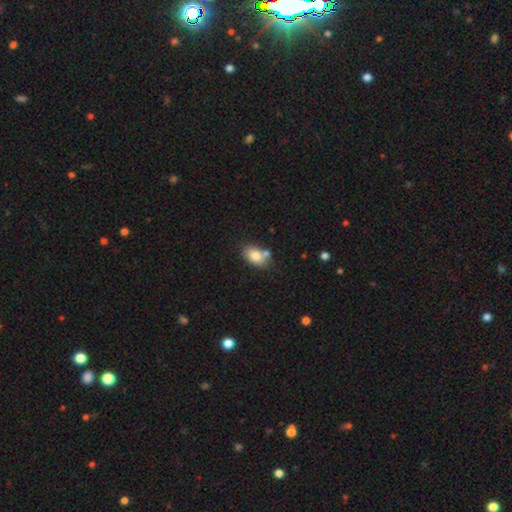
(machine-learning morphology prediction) A smooth galaxy with no disk features (80%) that is in between round and cigar-shaped (85%). Merging: none (62%).